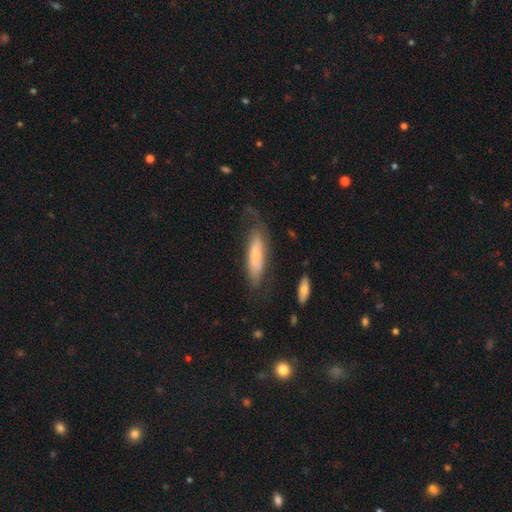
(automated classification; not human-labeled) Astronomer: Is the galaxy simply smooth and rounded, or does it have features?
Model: smooth — 56% (runner-up: featured or disk, 38%).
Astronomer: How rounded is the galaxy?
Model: cigar-shaped — 60% (runner-up: in between, 38%).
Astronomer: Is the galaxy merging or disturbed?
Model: none — 51%.